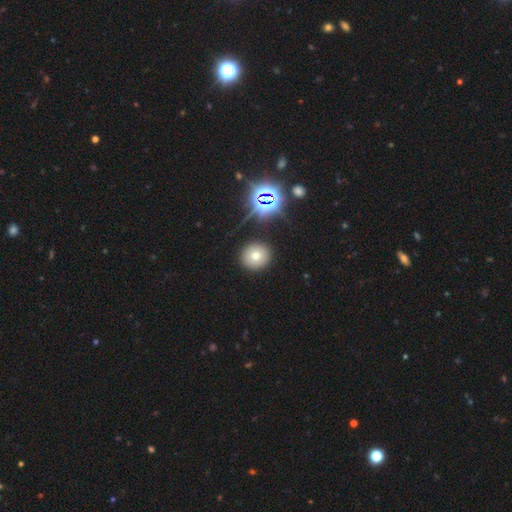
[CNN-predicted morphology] Smooth or featured: smooth — 66% (star or artifact — 21%)
How rounded: round — 90% (in between — 9%)
Merging: none — 89% (minor disturbance — 7%)